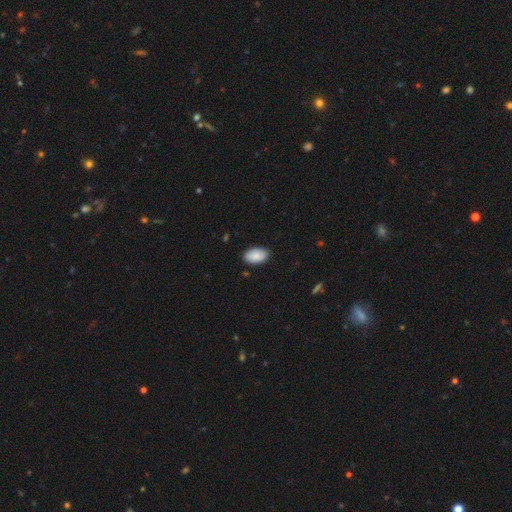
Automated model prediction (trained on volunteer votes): smooth 88%, star or artifact 6%, featured or disk 5%. Down the decision tree: how rounded — in between (95%); merging — none (86%).